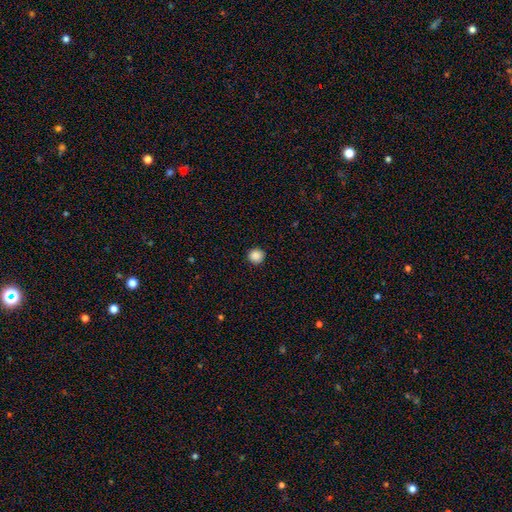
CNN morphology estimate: This appears to be a smooth galaxy with no disk features (88%) that is round (95%). Merging: none (92%).